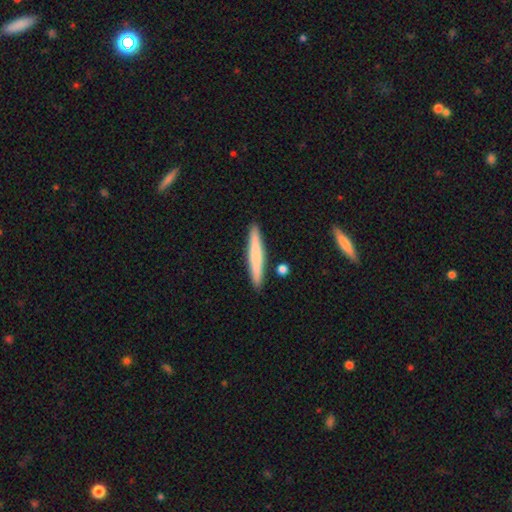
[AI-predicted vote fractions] Smooth or featured? Predicted: smooth (p=0.67). How rounded? Predicted: cigar-shaped (p=0.94). Merging? Predicted: none (p=0.89).